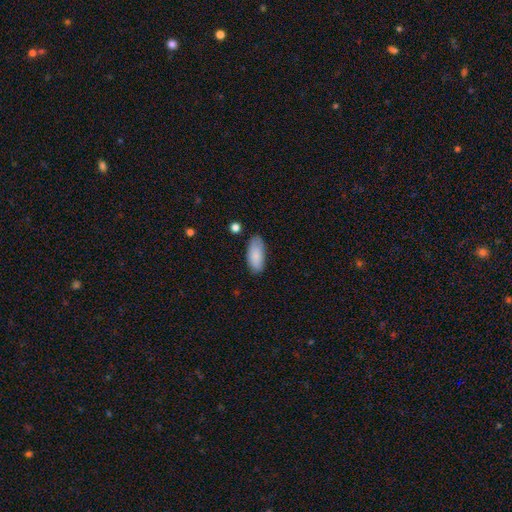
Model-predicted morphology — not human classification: smooth 85%, featured or disk 9%, star or artifact 6%. Down the decision tree: how rounded — in between (87%); merging — none (74%).